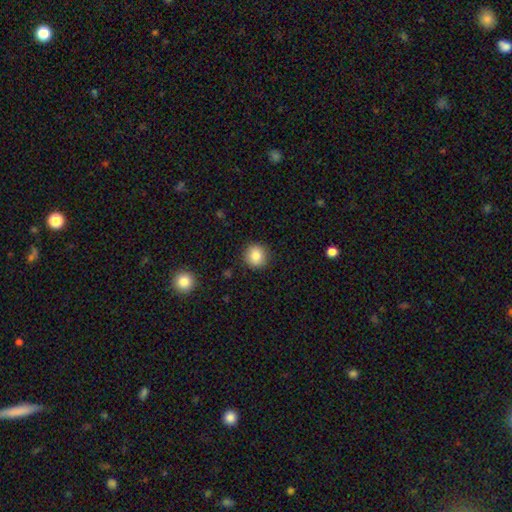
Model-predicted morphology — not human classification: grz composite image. It shows a smooth galaxy with no disk features (86%) that is round (92%). Merging: none (90%).